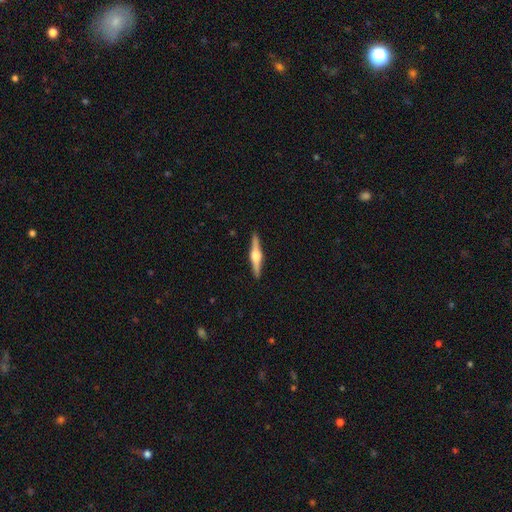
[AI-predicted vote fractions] Smooth or featured?
  - featured or disk: 78% *
  - smooth: 17%
  - star or artifact: 5%
Edge-on disk?
  - yes: 98% *
  - no: 2%
Edge-on bulge?
  - rounded: 93% *
  - boxy: 5%
  - none: 2%
Merging?
  - none: 92% *
  - minor disturbance: 6%
  - major disturbance: 1%
  - merger: 1%